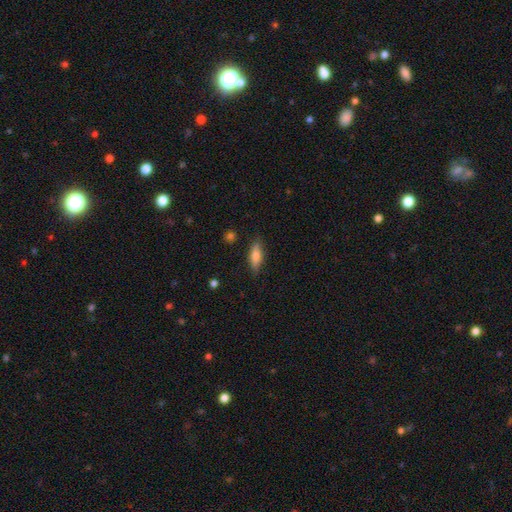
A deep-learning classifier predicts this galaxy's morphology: Smooth or featured: smooth — 67% (featured or disk — 26%)
How rounded: cigar-shaped — 49% (in between — 48%)
Merging: none — 84% (minor disturbance — 12%)